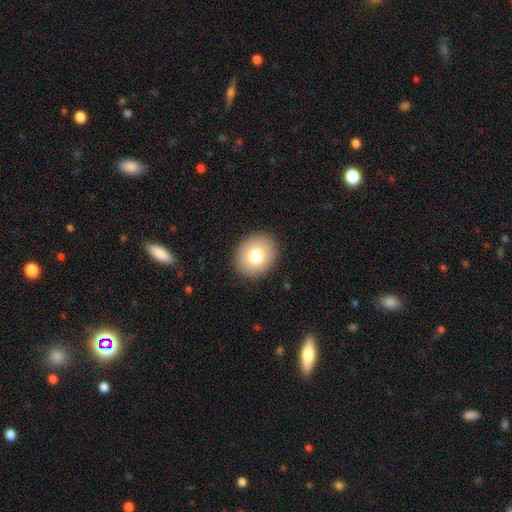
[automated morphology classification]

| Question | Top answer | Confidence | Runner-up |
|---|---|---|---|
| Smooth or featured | smooth | 78% | featured or disk (13%) |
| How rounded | round | 58% | in between (41%) |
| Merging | none | 90% | minor disturbance (7%) |